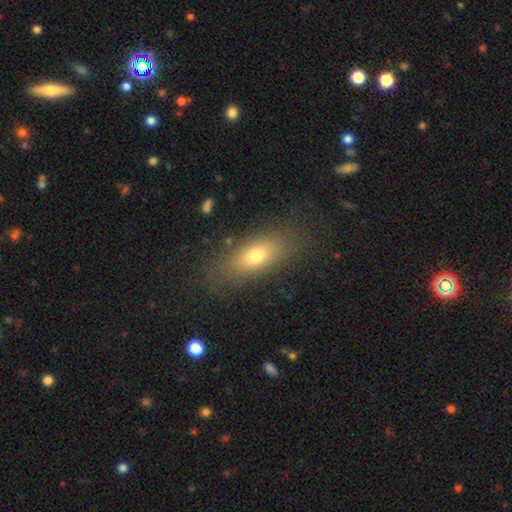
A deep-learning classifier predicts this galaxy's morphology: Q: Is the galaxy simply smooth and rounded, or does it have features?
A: smooth — 70%.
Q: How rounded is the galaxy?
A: in between — 75%.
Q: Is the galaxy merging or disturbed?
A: none — 82%.